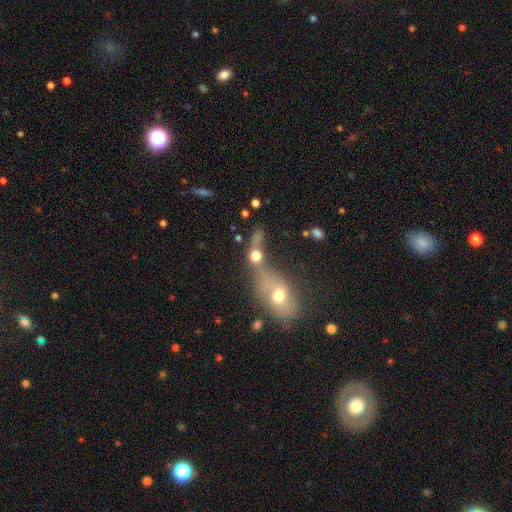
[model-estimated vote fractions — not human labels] Smooth or featured? Predicted: smooth (p=0.61). How rounded? Predicted: round (p=0.49). Merging? Predicted: merger (p=0.64).